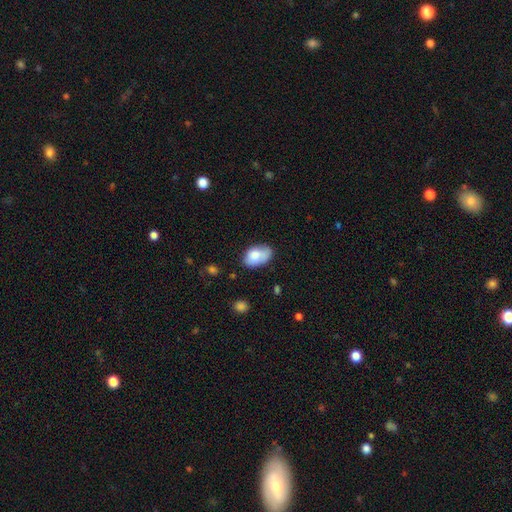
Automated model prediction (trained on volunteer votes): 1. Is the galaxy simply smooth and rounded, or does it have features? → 77% smooth, 16% featured or disk, 7% star or artifact.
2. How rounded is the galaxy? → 90% in between, 9% round, 1% cigar-shaped.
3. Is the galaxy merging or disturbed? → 56% none, 31% minor disturbance, 8% major disturbance, 5% merger.